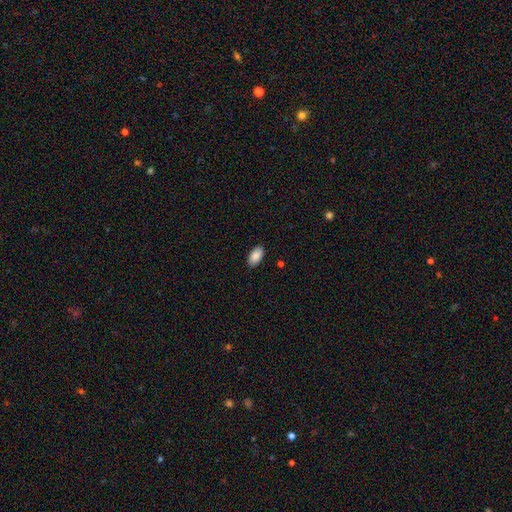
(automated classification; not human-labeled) Smooth or featured? Predicted: smooth (p=0.89). How rounded? Predicted: in between (p=0.95). Merging? Predicted: none (p=0.89).